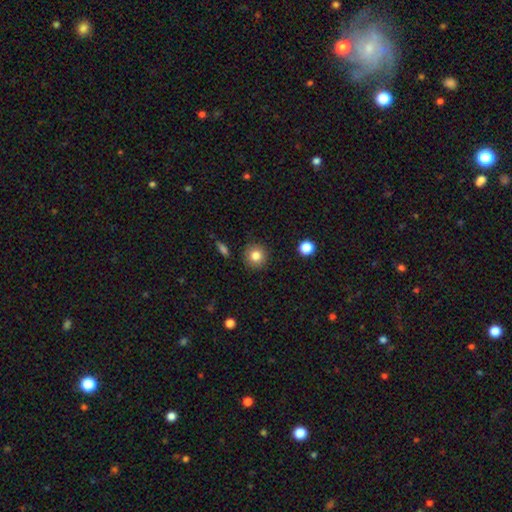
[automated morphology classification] Q: Smooth or featured?
A: smooth (82%); runner-up: star or artifact (10%)
Q: How rounded?
A: round (91%); runner-up: in between (8%)
Q: Merging?
A: none (89%); runner-up: minor disturbance (7%)